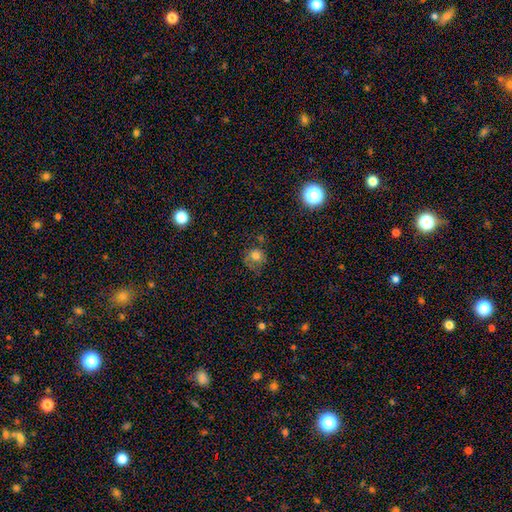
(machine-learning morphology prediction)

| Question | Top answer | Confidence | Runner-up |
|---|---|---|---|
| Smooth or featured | smooth | 72% | star or artifact (14%) |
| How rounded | round | 81% | in between (18%) |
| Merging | none | 53% | minor disturbance (26%) |